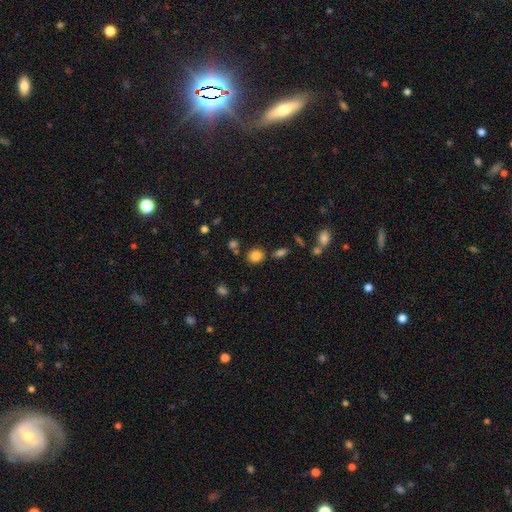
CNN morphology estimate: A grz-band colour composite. It shows a smooth galaxy with no disk features (82%) that is round (73%). Merging: none (78%).